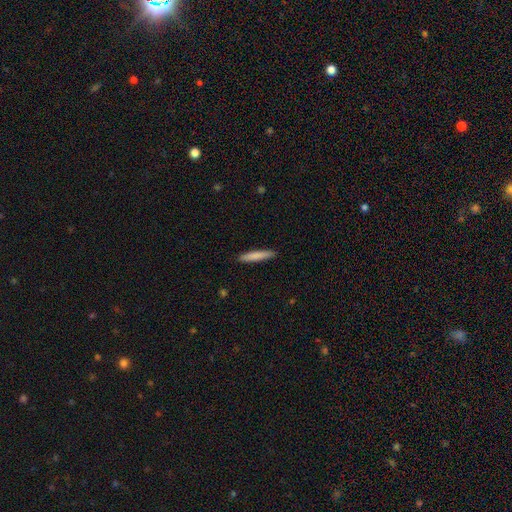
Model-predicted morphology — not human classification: This is clearly a smooth galaxy (82%). How rounded: clearly cigar-shaped (93%). Merging: clearly none (91%).